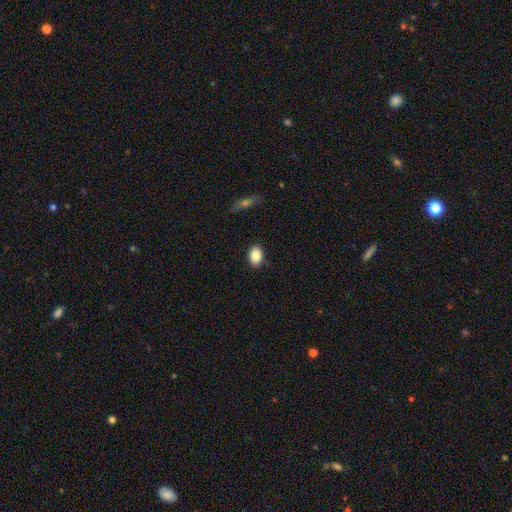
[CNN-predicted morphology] A smooth galaxy with no disk features (86%) that is in between round and cigar-shaped (83%).

Vote fractions:
- Smooth or featured? smooth: 86% / star or artifact: 8% / featured or disk: 7%
- How rounded? in between: 83% / round: 16% / cigar-shaped: 2%
- Merging? none: 87% / minor disturbance: 9% / major disturbance: 2% / merger: 1%